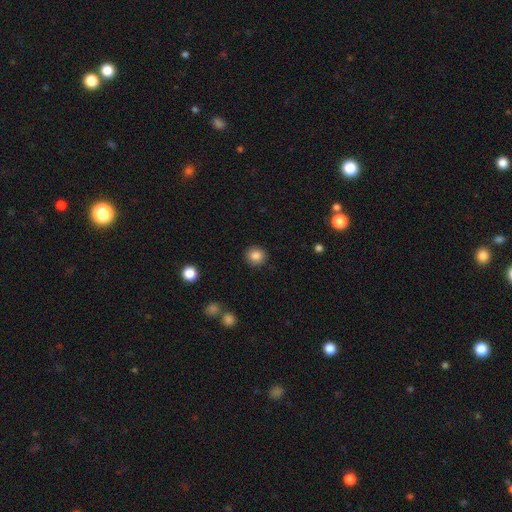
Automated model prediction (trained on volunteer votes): Q: Smooth or featured?
A: smooth (86%); runner-up: star or artifact (10%)
Q: How rounded?
A: round (86%); runner-up: in between (13%)
Q: Merging?
A: none (91%); runner-up: minor disturbance (6%)